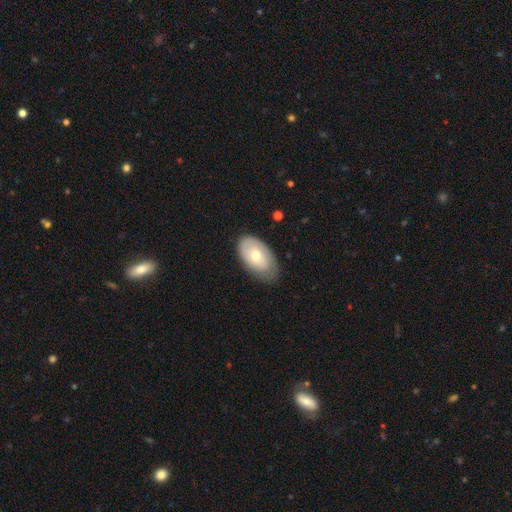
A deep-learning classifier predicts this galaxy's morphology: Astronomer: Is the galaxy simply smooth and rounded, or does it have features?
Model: smooth — 61%.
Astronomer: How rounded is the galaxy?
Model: in between — 94%.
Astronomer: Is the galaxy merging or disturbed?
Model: none — 69%.